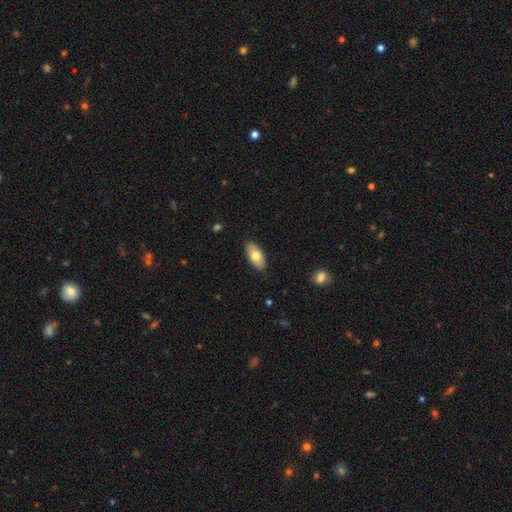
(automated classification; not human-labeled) This is likely a smooth galaxy (72%). How rounded: clearly in between (90%). Merging: clearly none (88%).